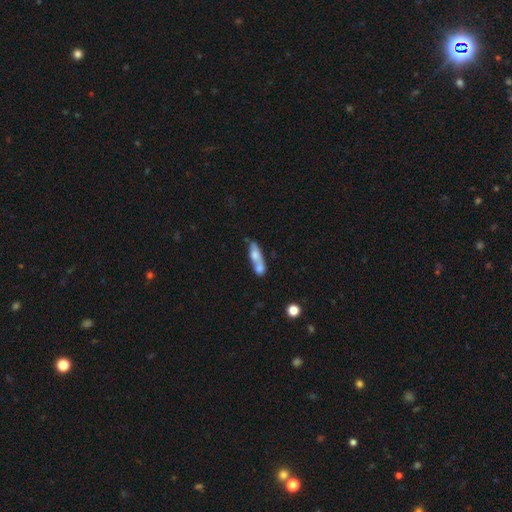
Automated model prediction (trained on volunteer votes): Smooth or featured? smooth (63%)
How rounded? cigar-shaped (54%)
Merging? merger (51%)